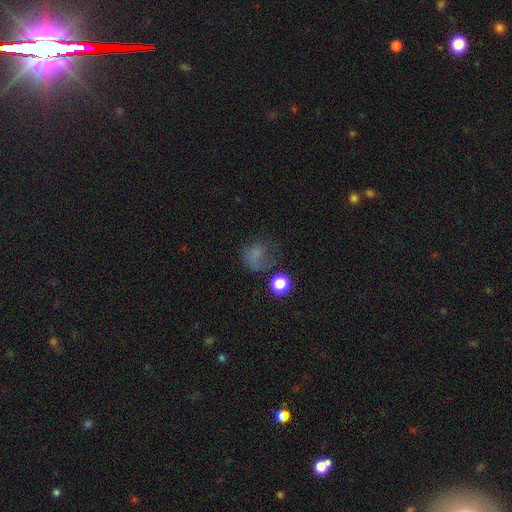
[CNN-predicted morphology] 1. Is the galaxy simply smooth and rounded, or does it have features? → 61% smooth, 22% star or artifact, 17% featured or disk.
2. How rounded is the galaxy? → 70% round, 29% in between, 1% cigar-shaped.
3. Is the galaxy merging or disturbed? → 42% none, 30% major disturbance, 23% minor disturbance, 5% merger.